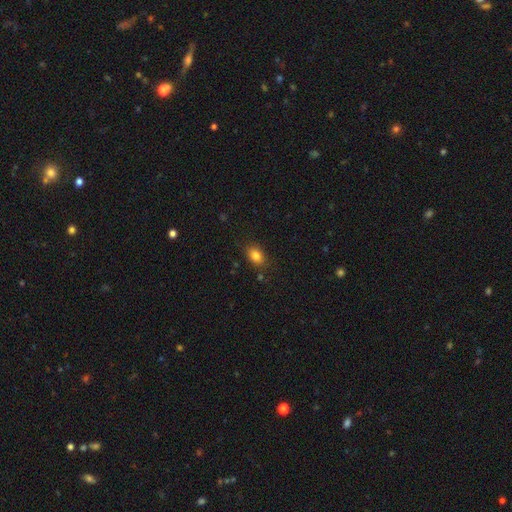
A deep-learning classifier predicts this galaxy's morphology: smooth-or-featured: smooth: 83% | star or artifact: 10% | featured or disk: 7%
  how-rounded: in between: 79% | round: 20% | cigar-shaped: 2%
  merging: none: 84% | minor disturbance: 12% | major disturbance: 3% | merger: 2%